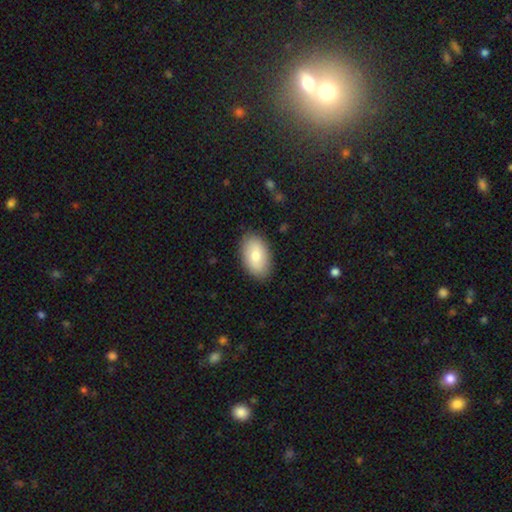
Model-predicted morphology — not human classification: Smooth or featured?
  - smooth: 77% *
  - featured or disk: 17%
  - star or artifact: 6%
How rounded?
  - in between: 93% *
  - round: 5%
  - cigar-shaped: 1%
Merging?
  - none: 87% *
  - minor disturbance: 10%
  - major disturbance: 2%
  - merger: 1%